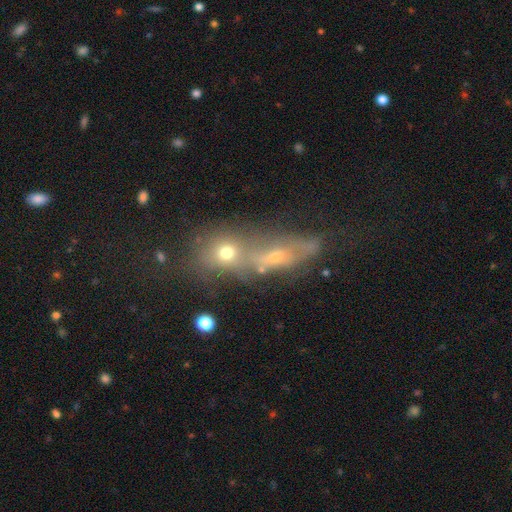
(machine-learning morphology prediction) This appears to be a smooth galaxy with no disk features (41%). Merging: merger (67%).